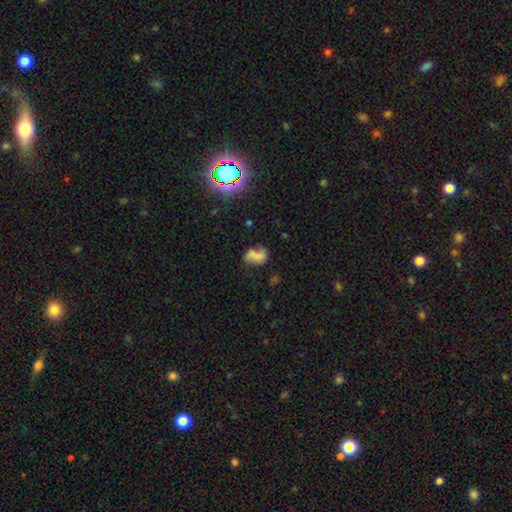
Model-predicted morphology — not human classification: Smooth or featured? smooth (56%)
How rounded? in between (81%)
Merging? none (42%)